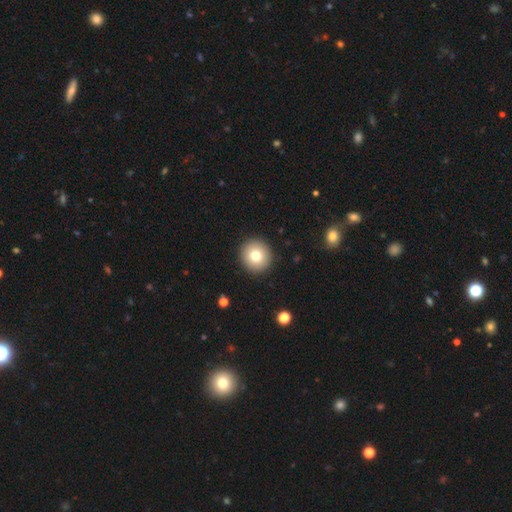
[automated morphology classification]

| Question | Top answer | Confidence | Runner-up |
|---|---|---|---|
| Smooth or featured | smooth | 77% | featured or disk (13%) |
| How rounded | round | 95% | in between (5%) |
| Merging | none | 93% | minor disturbance (5%) |